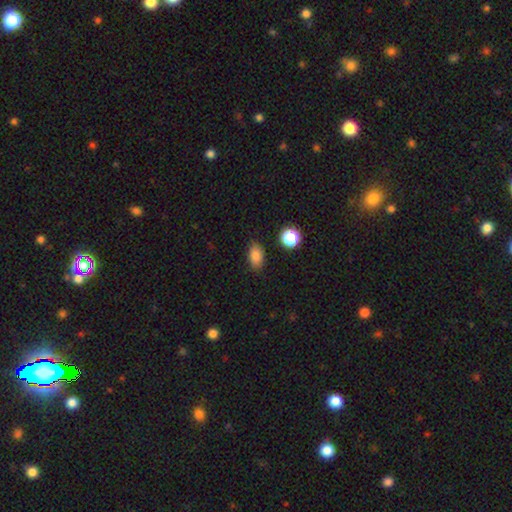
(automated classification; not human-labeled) Smooth or featured? Predicted: smooth (p=0.84). How rounded? Predicted: in between (p=0.86). Merging? Predicted: none (p=0.82).